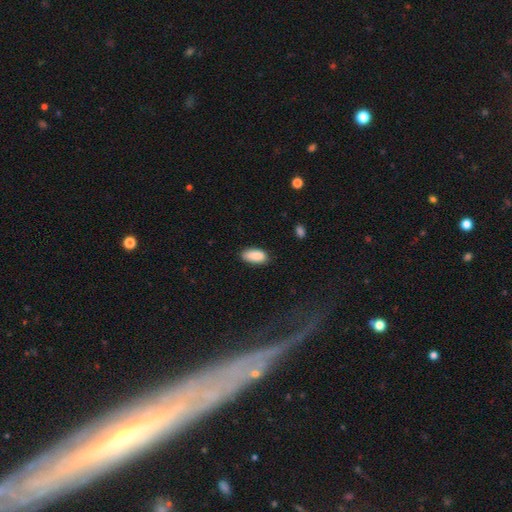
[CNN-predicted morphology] Smooth or featured? Predicted: smooth (p=0.90). How rounded? Predicted: in between (p=0.91). Merging? Predicted: none (p=0.80).